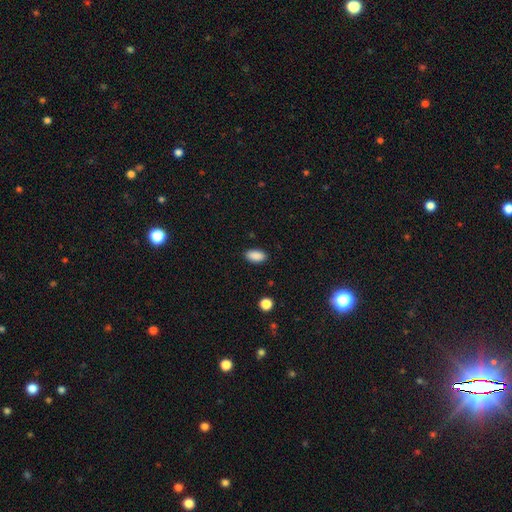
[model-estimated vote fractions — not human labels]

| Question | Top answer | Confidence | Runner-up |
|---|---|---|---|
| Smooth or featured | smooth | 89% | star or artifact (8%) |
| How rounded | in between | 92% | cigar-shaped (4%) |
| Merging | none | 88% | minor disturbance (9%) |